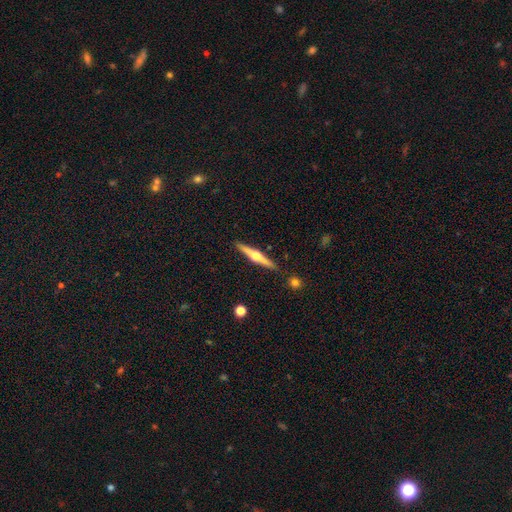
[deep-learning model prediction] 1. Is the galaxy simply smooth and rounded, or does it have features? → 74% featured or disk, 21% smooth, 5% star or artifact.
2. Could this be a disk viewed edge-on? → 98% yes, 2% no.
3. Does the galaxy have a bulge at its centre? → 94% rounded, 3% boxy, 2% none.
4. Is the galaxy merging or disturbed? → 90% none, 7% minor disturbance, 2% merger, 1% major disturbance.